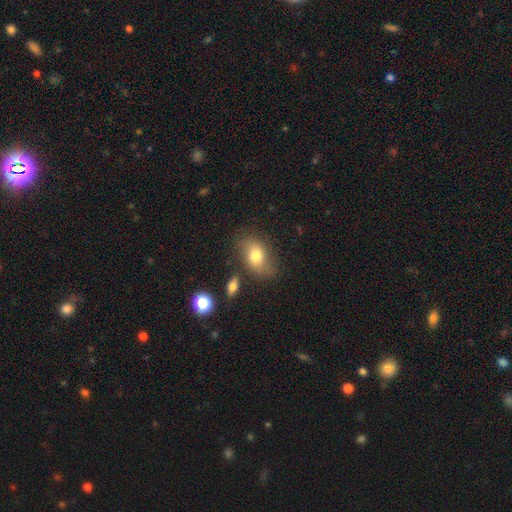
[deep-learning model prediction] The model was most divided on "merging": none: 68%, minor disturbance: 20%, major disturbance: 7%, merger: 5%. More confident: how rounded — in between (82%); smooth or featured — smooth (73%).